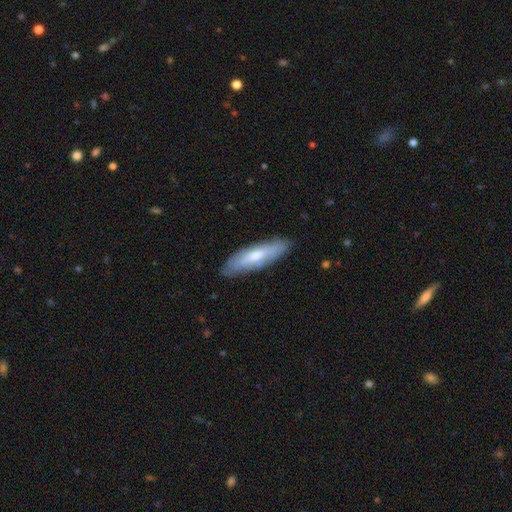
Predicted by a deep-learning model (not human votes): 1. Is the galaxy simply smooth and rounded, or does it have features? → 57% smooth, 37% featured or disk, 6% star or artifact.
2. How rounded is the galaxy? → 61% cigar-shaped, 37% in between, 2% round.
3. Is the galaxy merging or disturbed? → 81% none, 15% minor disturbance, 3% major disturbance, 1% merger.